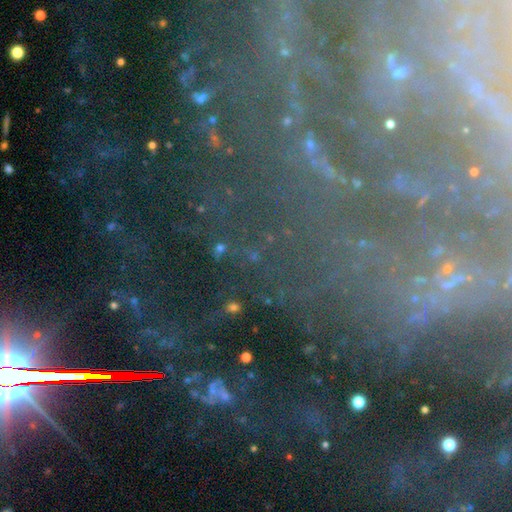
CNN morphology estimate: A star or artifact, not a galaxy (69%).

Vote fractions:
- Smooth or featured? star or artifact: 69% / featured or disk: 16% / smooth: 15%